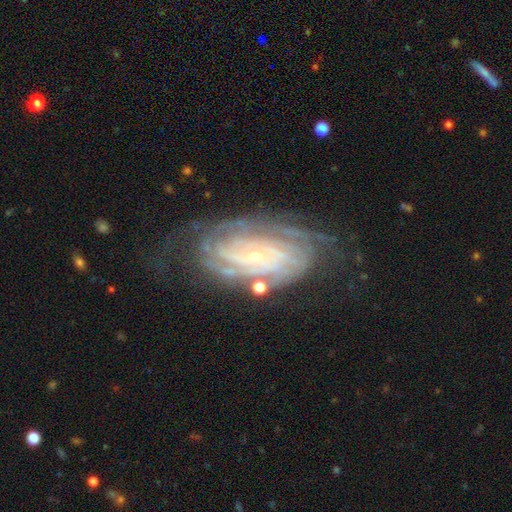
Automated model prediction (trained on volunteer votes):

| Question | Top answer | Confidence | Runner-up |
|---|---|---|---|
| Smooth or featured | featured or disk | 86% | smooth (7%) |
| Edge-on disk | no | 95% | yes (5%) |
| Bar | no | 70% | weak (21%) |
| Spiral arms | yes | 95% | no (5%) |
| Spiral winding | tight | 79% | medium (18%) |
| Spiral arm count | can't tell | 35% | 4 (18%) |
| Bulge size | small | 84% | moderate (12%) |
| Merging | none | 64% | minor disturbance (21%) |